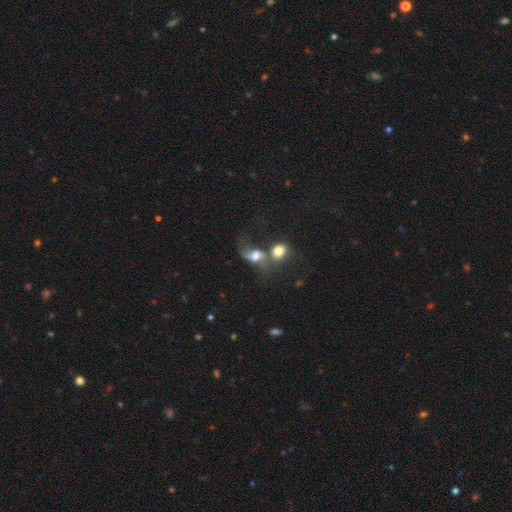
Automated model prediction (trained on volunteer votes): This is possibly a smooth galaxy (55%). How rounded: possibly in between (60%). Merging: possibly merger (59%).